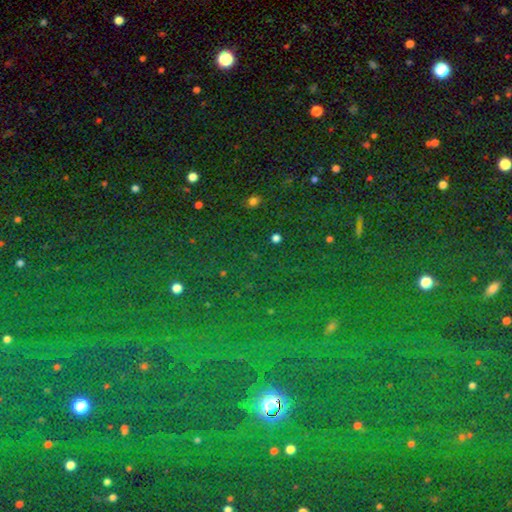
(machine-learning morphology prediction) smooth-or-featured: star or artifact: 82% | smooth: 10% | featured or disk: 7%